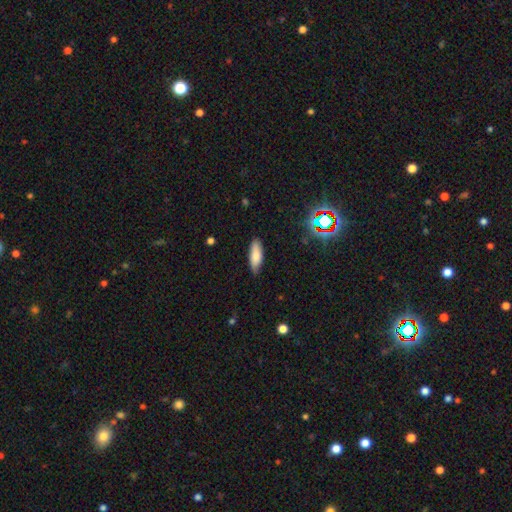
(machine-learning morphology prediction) Smooth or featured? Predicted: smooth (p=0.81). How rounded? Predicted: in between (p=0.64). Merging? Predicted: none (p=0.82).